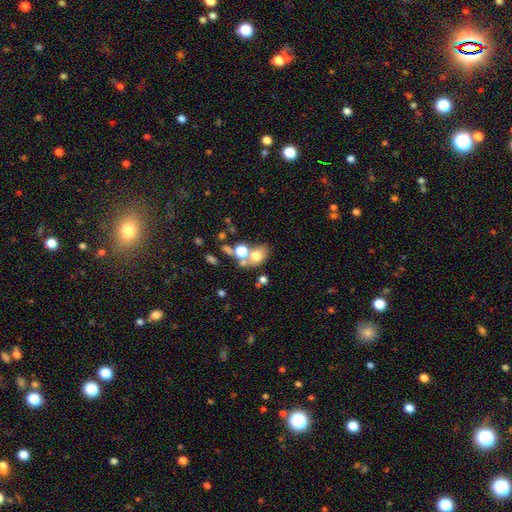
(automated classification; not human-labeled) Smooth or featured? smooth (66%)
How rounded? in between (54%)
Merging? none (47%)